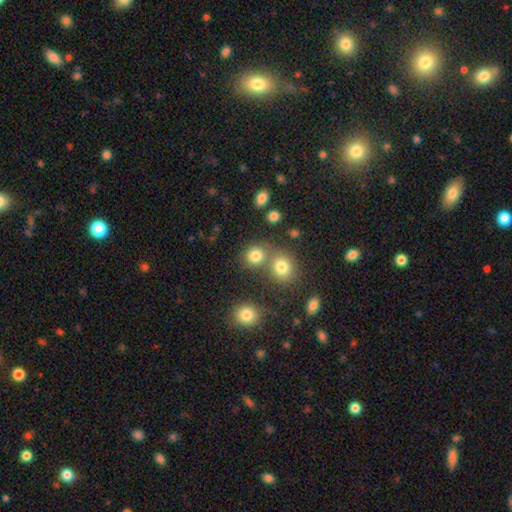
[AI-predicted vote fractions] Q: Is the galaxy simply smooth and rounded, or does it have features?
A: smooth — 80%.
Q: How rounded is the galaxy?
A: round — 83%.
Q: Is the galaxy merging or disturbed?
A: none — 58%.